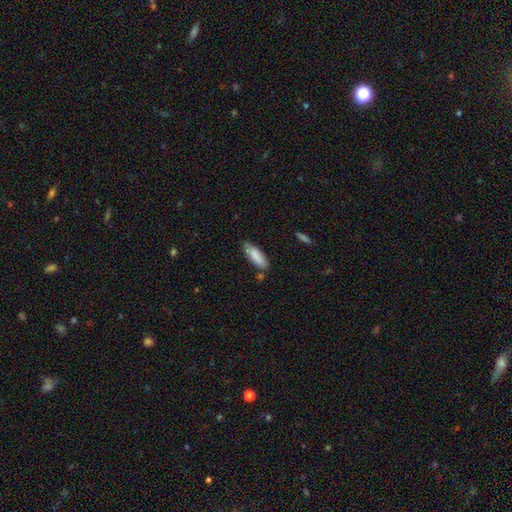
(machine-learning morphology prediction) smooth_or_featured: smooth (p=0.84) [alt: featured or disk p=0.10]
how_rounded: in between (p=0.51) [alt: cigar-shaped p=0.48]
merging: none (p=0.75) [alt: minor disturbance p=0.18]